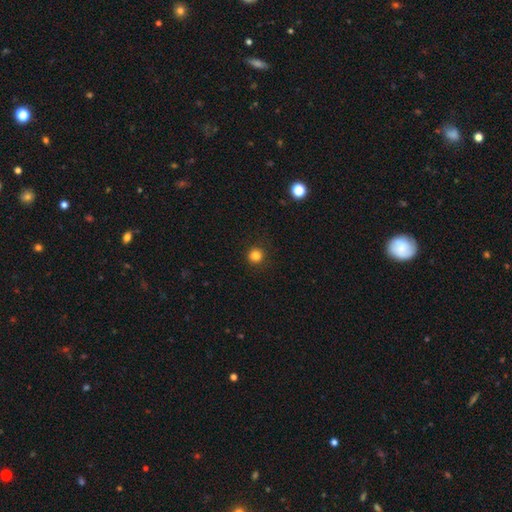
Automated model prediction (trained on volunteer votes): Overall: smooth (82%). How rounded: round (95%). Merging: none (91%).